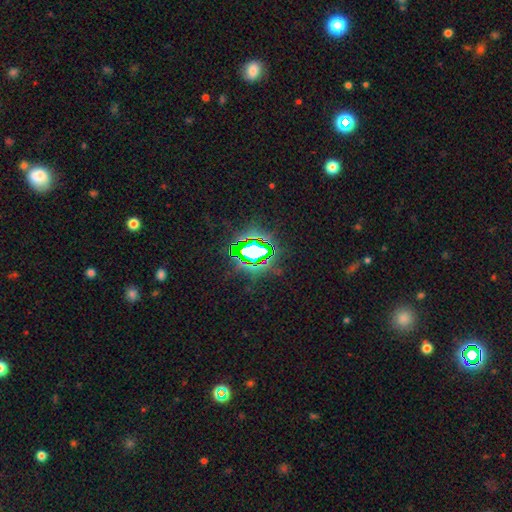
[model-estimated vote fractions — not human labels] star or artifact 72%, smooth 15%, featured or disk 12%.